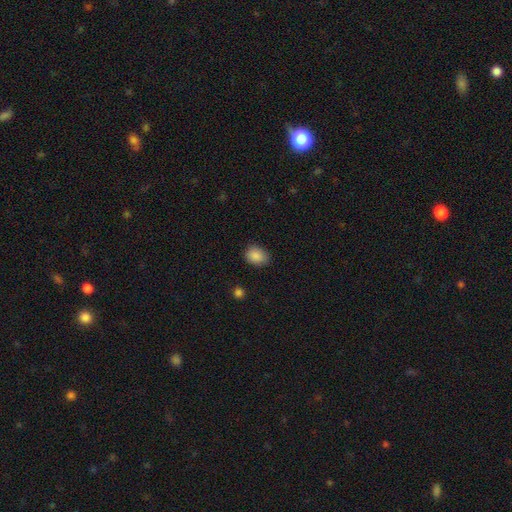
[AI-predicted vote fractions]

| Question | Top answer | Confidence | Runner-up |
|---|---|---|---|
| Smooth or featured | smooth | 88% | star or artifact (8%) |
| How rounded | in between | 61% | round (38%) |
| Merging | none | 80% | minor disturbance (16%) |